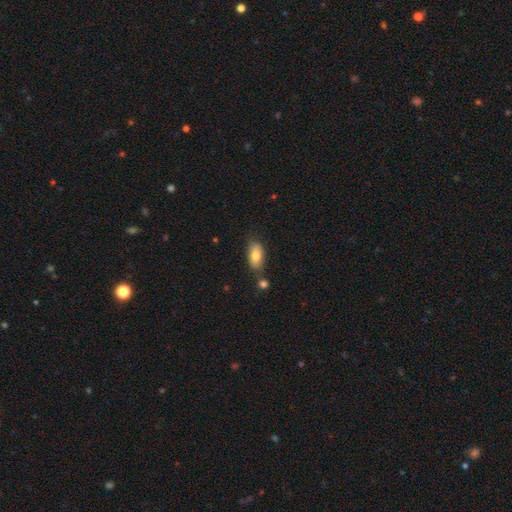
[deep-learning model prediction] Smooth or featured? Predicted: smooth (p=0.79). How rounded? Predicted: in between (p=0.90). Merging? Predicted: none (p=0.68).